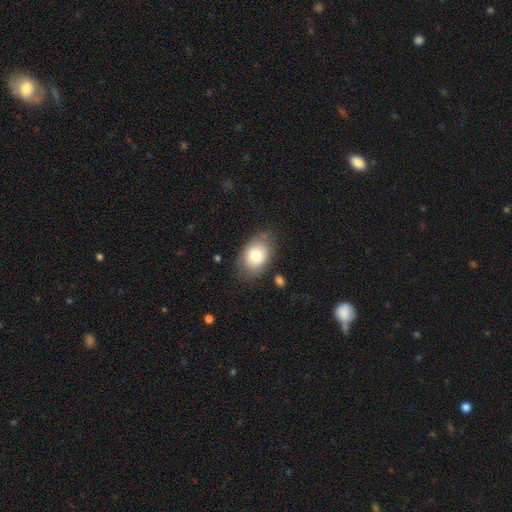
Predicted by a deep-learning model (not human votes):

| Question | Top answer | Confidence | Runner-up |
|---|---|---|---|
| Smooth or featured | smooth | 73% | featured or disk (20%) |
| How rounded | in between | 82% | round (17%) |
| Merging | none | 71% | minor disturbance (20%) |